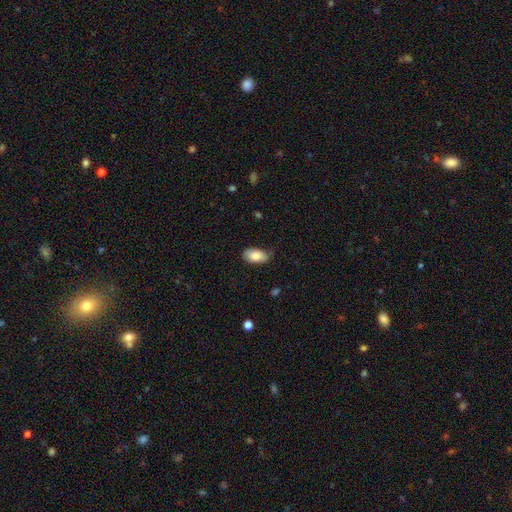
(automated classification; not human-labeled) smooth-or-featured: smooth: 84% | featured or disk: 10% | star or artifact: 6%
  how-rounded: in between: 94% | round: 4% | cigar-shaped: 2%
  merging: none: 67% | minor disturbance: 27% | major disturbance: 5% | merger: 2%